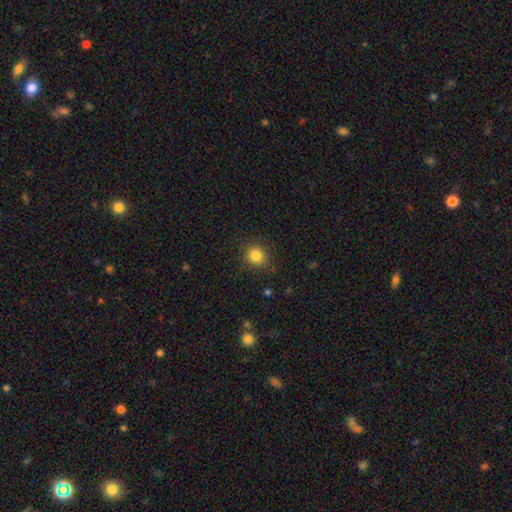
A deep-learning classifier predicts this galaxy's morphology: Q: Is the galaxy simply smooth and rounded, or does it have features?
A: smooth — 83%.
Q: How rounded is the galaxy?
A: round — 85%.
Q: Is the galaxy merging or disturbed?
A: none — 88%.